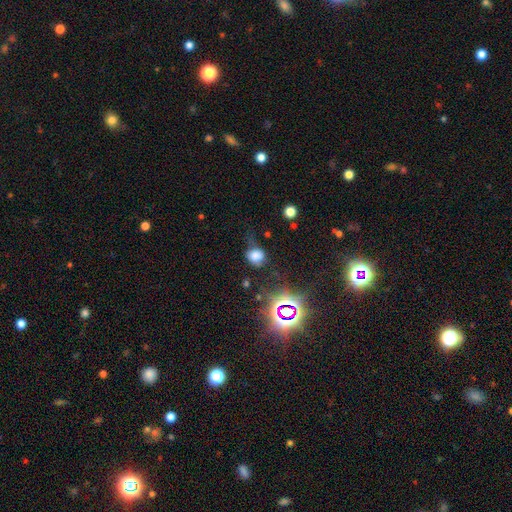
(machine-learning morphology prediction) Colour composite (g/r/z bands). It shows a smooth galaxy with no disk features (65%) that is round (65%). Merging: none (46%).